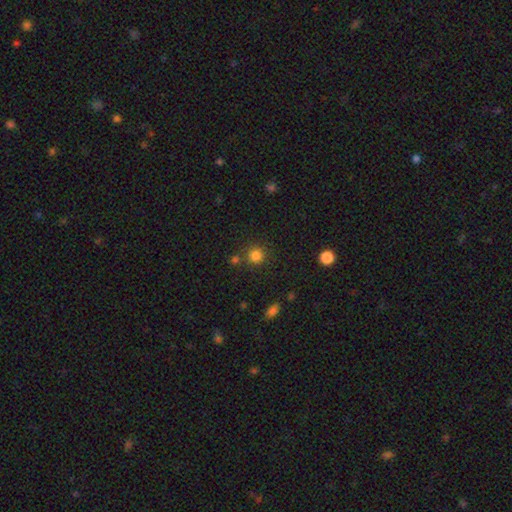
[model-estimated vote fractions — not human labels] Smooth or featured: smooth — 81% (star or artifact — 14%)
How rounded: round — 91% (in between — 8%)
Merging: none — 77% (merger — 11%)